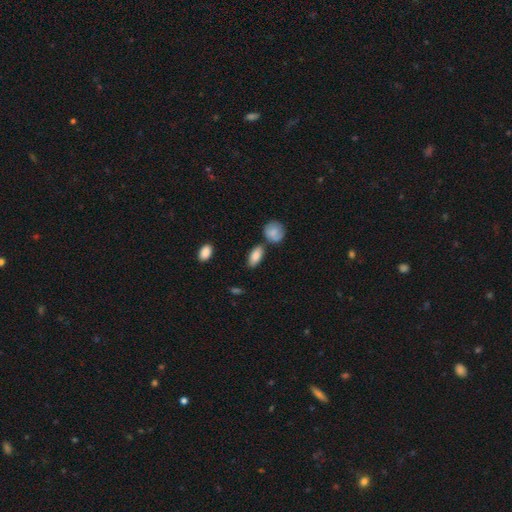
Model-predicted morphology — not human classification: Smooth or featured?
  - smooth: 85% *
  - featured or disk: 9%
  - star or artifact: 6%
How rounded?
  - in between: 88% *
  - cigar-shaped: 7%
  - round: 4%
Merging?
  - none: 73% *
  - minor disturbance: 14%
  - merger: 10%
  - major disturbance: 3%